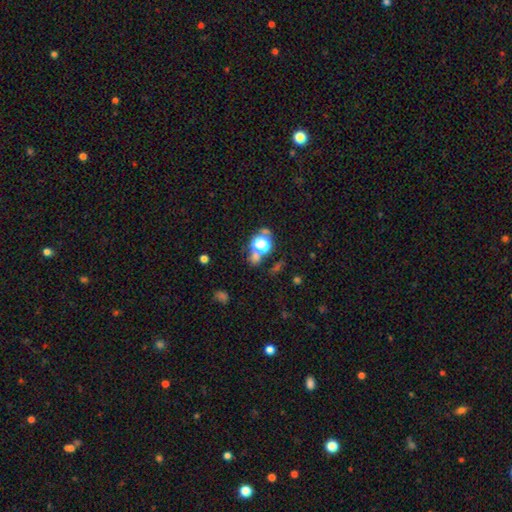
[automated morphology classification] Smooth or featured? smooth (48%)
Merging? none (61%)